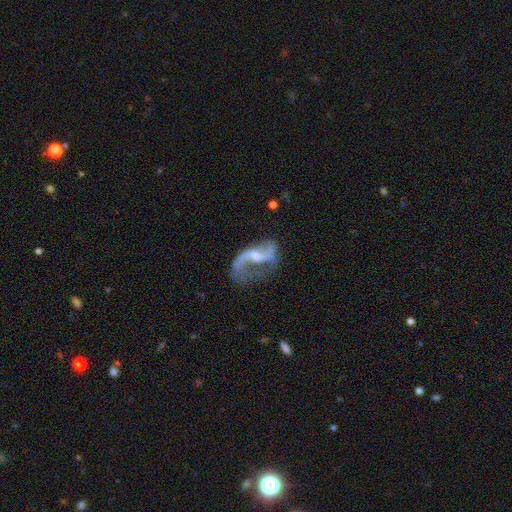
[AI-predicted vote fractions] This is clearly a featured or disk galaxy (89%). It is clearly not viewed edge-on (97%). Bar: marginally weak (42%, tied with no). Spiral arm pattern: clearly yes (95%). Spiral arm count: clearly 2 (90%). Spiral winding: clearly loose (82%). Central bulge: possibly small (48%). Merging: possibly none (58%).